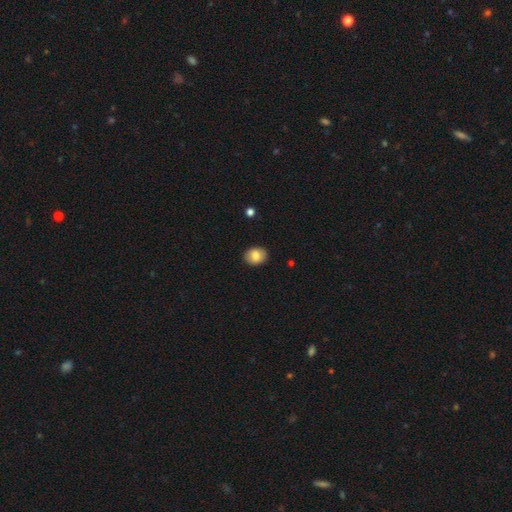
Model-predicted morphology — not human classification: This appears to be a smooth galaxy with no disk features (82%) that is in between round and cigar-shaped (57%). Merging: none (89%).